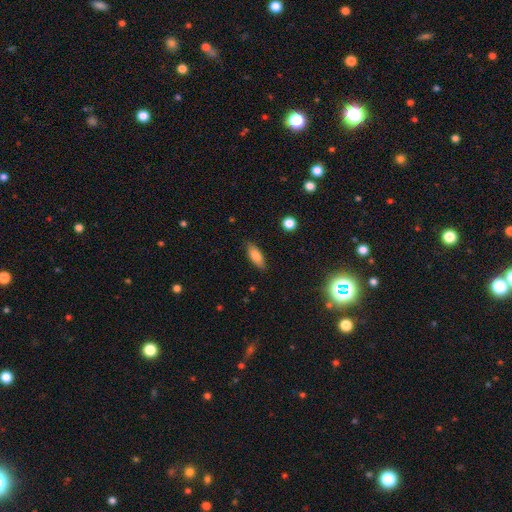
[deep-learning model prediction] Morphology: type=smooth (80%); roundness=in between (74%); merging=none (84%).